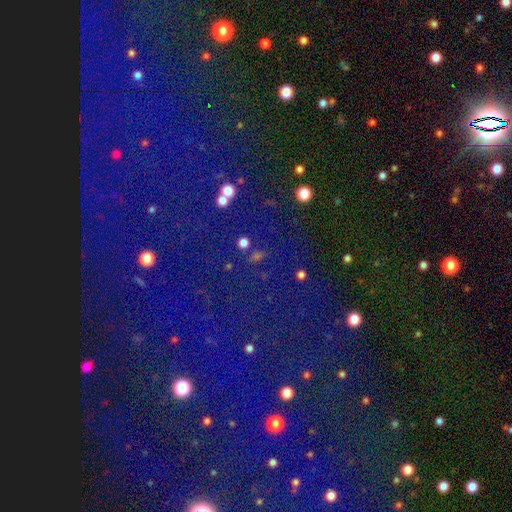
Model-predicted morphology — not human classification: The model was most divided on "smooth or featured": star or artifact: 82%, smooth: 10%, featured or disk: 8%.